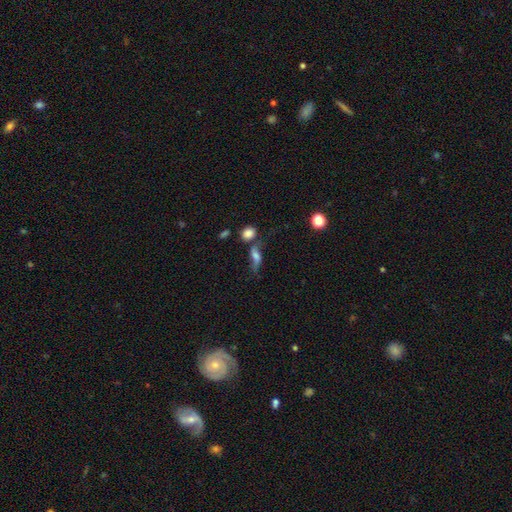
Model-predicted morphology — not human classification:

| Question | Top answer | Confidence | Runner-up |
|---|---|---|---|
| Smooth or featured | smooth | 49% | featured or disk (36%) |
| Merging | none | 38% | merger (23%) |